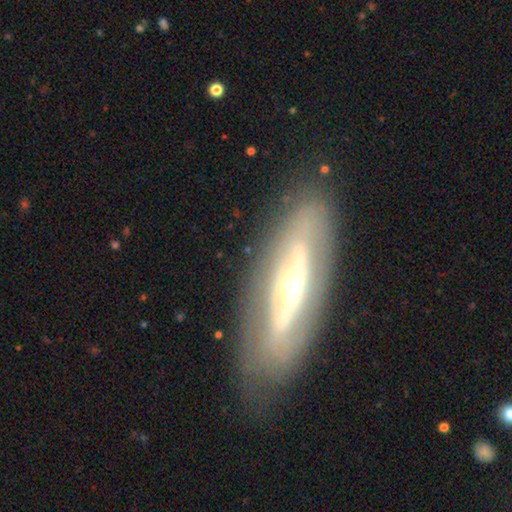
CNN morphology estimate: smooth_or_featured: featured or disk (p=0.73) [alt: smooth p=0.21]
disk_edge_on: no (p=0.71) [alt: yes p=0.29]
bar: no (p=0.55) [alt: strong p=0.23]
has_spiral_arms: no (p=0.55) [alt: yes p=0.45]
bulge_size: moderate (p=0.56) [alt: small p=0.33]
merging: none (p=0.81) [alt: minor disturbance p=0.12]